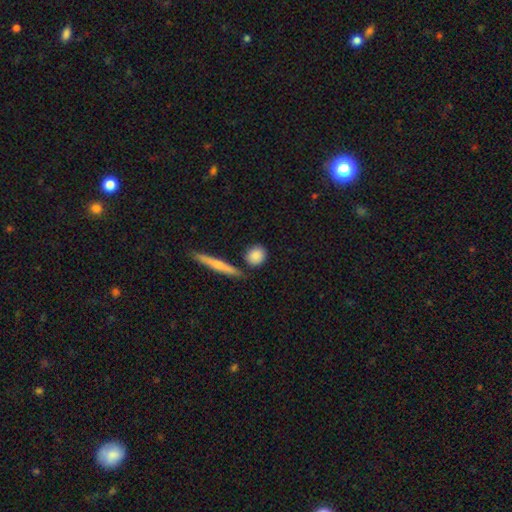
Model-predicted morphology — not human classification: The model was most divided on "how rounded": round: 74%, in between: 19%, cigar-shaped: 7%. More confident: smooth or featured — smooth (85%); merging — none (79%).